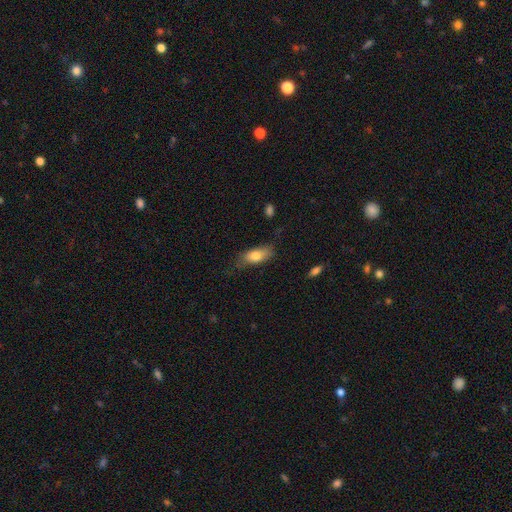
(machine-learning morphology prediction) The model was most divided on "merging": none: 64%, minor disturbance: 26%, major disturbance: 8%, merger: 2%. More confident: how rounded — in between (79%); smooth or featured — smooth (76%).